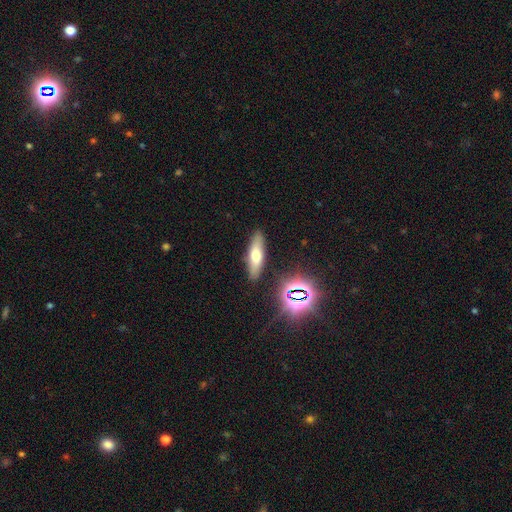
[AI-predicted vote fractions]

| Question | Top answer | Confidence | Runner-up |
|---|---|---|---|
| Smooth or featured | smooth | 56% | featured or disk (31%) |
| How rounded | cigar-shaped | 60% | in between (37%) |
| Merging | none | 87% | minor disturbance (9%) |